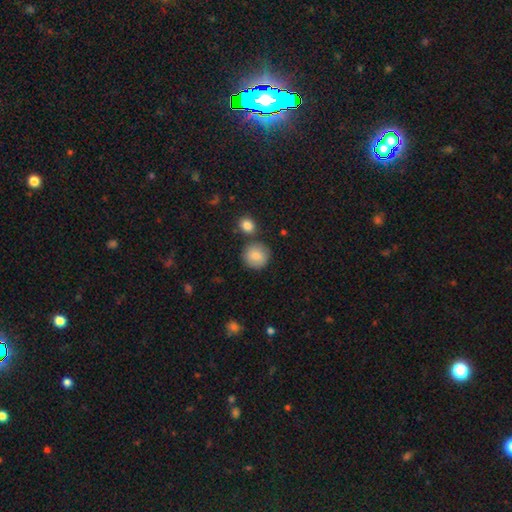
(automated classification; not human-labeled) smooth_or_featured: smooth (p=0.85) [alt: star or artifact p=0.07]
how_rounded: round (p=0.92) [alt: in between p=0.07]
merging: none (p=0.77) [alt: minor disturbance p=0.10]